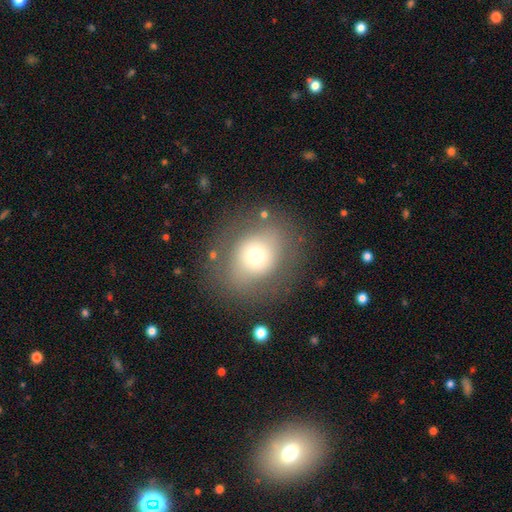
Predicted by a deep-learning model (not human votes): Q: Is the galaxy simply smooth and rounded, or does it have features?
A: smooth — 63%.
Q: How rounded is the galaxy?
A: round — 70%.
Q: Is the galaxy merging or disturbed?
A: none — 77%.